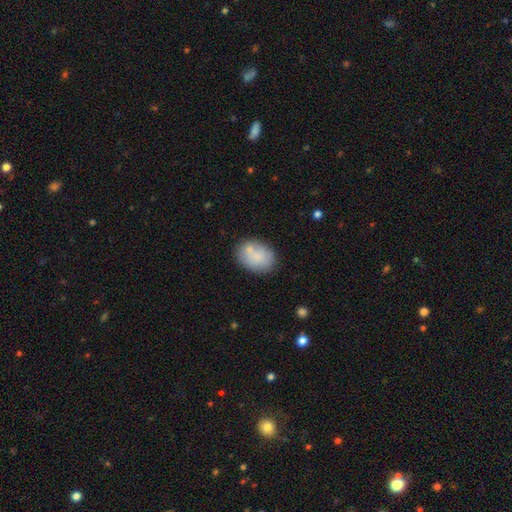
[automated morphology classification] A smooth galaxy with no disk features (76%) that is in between round and cigar-shaped (74%). Merging: none (62%).